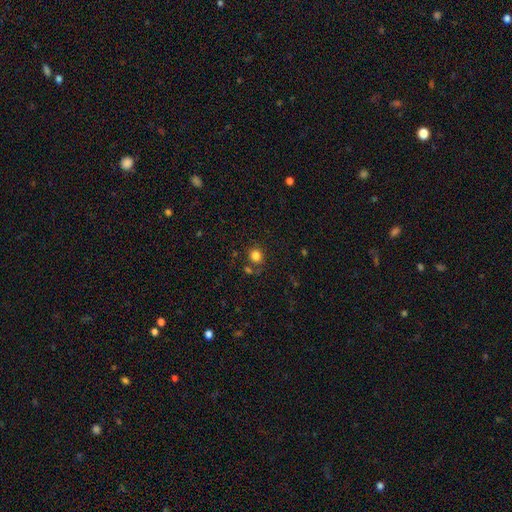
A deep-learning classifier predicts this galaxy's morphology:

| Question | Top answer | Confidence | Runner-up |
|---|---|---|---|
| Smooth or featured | smooth | 81% | star or artifact (13%) |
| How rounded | round | 78% | in between (21%) |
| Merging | none | 74% | minor disturbance (11%) |